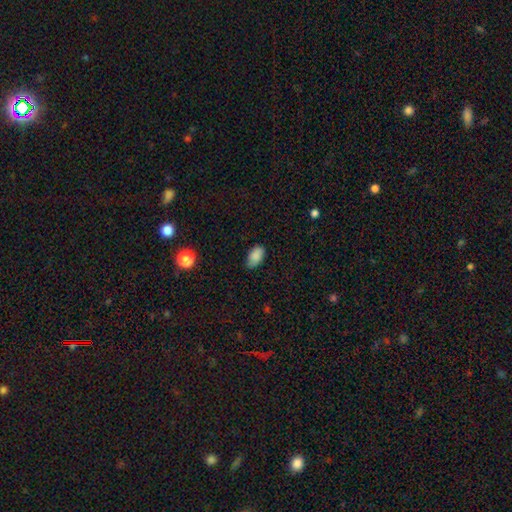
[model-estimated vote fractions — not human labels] Morphology: type=smooth (86%); roundness=in between (92%); merging=none (75%).